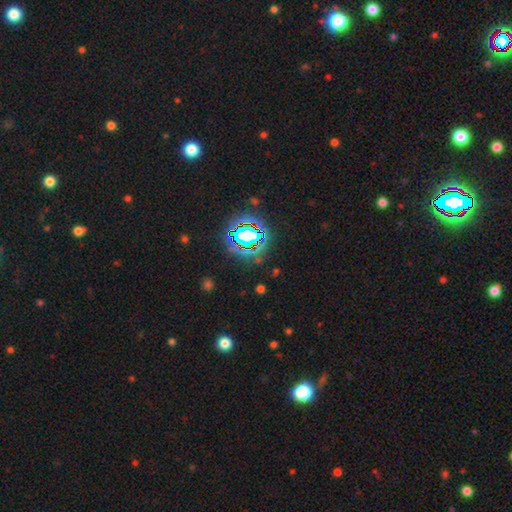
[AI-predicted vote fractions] This appears to be a star or artifact, not a galaxy (80%).